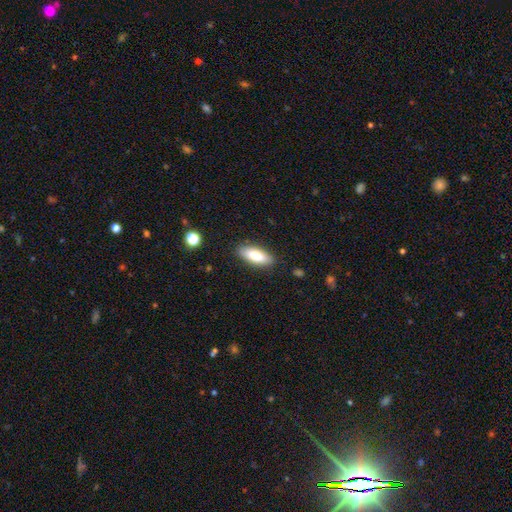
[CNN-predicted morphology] A smooth galaxy with no disk features (82%) that is in between round and cigar-shaped (73%).

Vote fractions:
- Smooth or featured? smooth: 82% / featured or disk: 12% / star or artifact: 6%
- How rounded? in between: 73% / cigar-shaped: 26% / round: 2%
- Merging? none: 87% / minor disturbance: 10% / major disturbance: 2% / merger: 1%